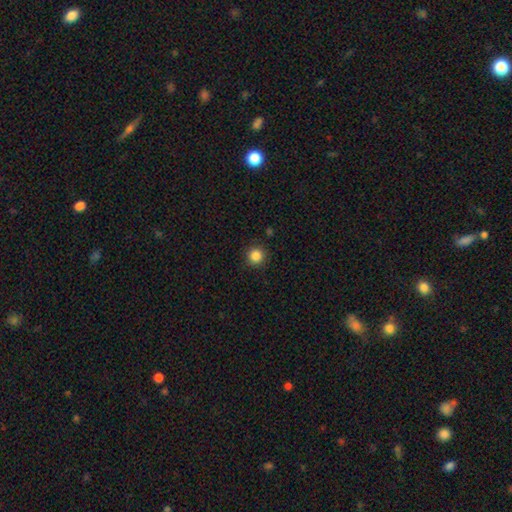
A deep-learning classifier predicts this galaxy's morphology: Smooth or featured? smooth (85%)
How rounded? round (95%)
Merging? none (91%)